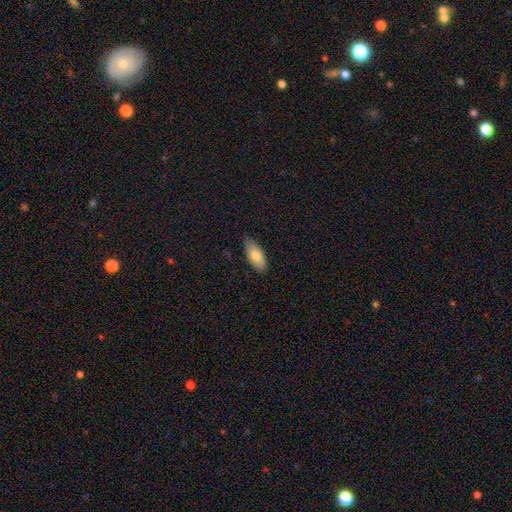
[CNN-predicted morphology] smooth-or-featured: smooth: 76% | featured or disk: 17% | star or artifact: 6%
  how-rounded: in between: 88% | cigar-shaped: 9% | round: 2%
  merging: none: 76% | minor disturbance: 20% | major disturbance: 3% | merger: 1%